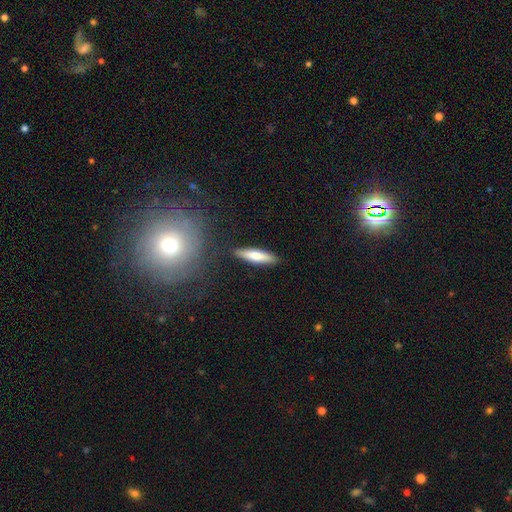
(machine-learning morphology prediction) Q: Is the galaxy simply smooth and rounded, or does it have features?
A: smooth — 71%.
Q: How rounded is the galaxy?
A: cigar-shaped — 77%.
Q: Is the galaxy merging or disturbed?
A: none — 88%.